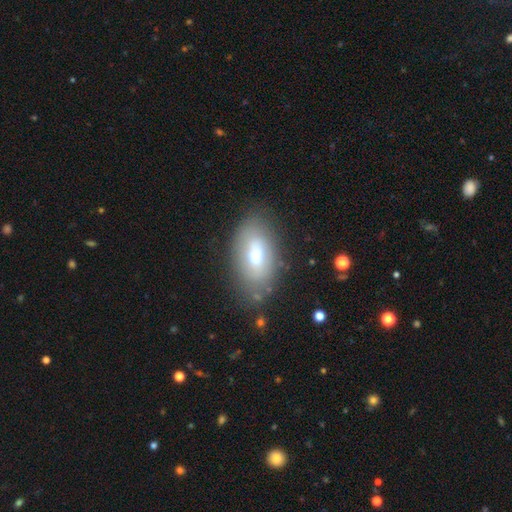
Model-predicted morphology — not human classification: Q: Smooth or featured?
A: smooth (60%); runner-up: featured or disk (31%)
Q: How rounded?
A: in between (90%); runner-up: round (8%)
Q: Merging?
A: none (77%); runner-up: minor disturbance (15%)